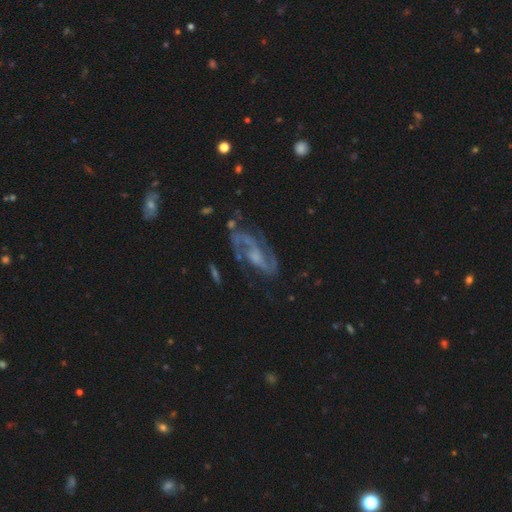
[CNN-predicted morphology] The model was most divided on "bar": weak: 45%, no: 39%, strong: 16%. Remaining: spiral arms — yes (96%); edge-on disk — no (95%); smooth or featured — featured or disk (87%); spiral arm count — 2 (86%); merging — none (67%); spiral winding — medium (55%); bulge size — small (41%).